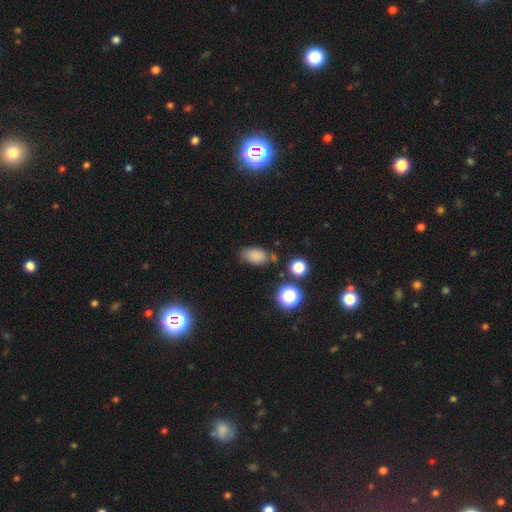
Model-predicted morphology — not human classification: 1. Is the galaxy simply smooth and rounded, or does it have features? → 82% smooth, 12% star or artifact, 6% featured or disk.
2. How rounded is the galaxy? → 87% in between, 12% round, 2% cigar-shaped.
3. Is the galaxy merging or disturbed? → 69% none, 19% minor disturbance, 7% merger, 5% major disturbance.